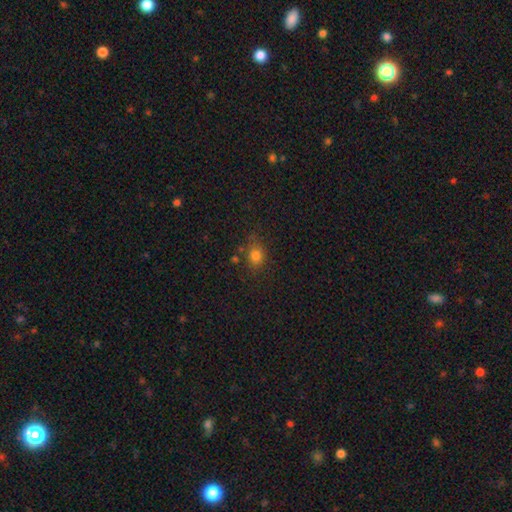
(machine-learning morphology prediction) Smooth or featured? smooth (77%)
How rounded? round (54%)
Merging? none (70%)